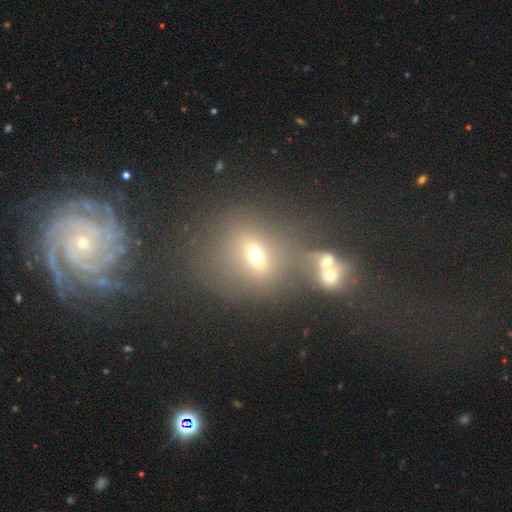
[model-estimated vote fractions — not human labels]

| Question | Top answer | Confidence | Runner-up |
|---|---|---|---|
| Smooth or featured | smooth | 59% | featured or disk (22%) |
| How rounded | round | 51% | in between (46%) |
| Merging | merger | 45% | none (34%) |